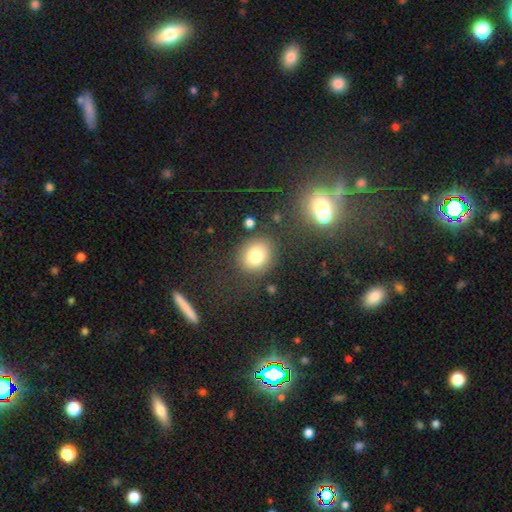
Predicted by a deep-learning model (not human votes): The model was most divided on "how rounded": round: 76%, in between: 23%, cigar-shaped: 1%. More confident: merging — none (82%); smooth or featured — smooth (78%).